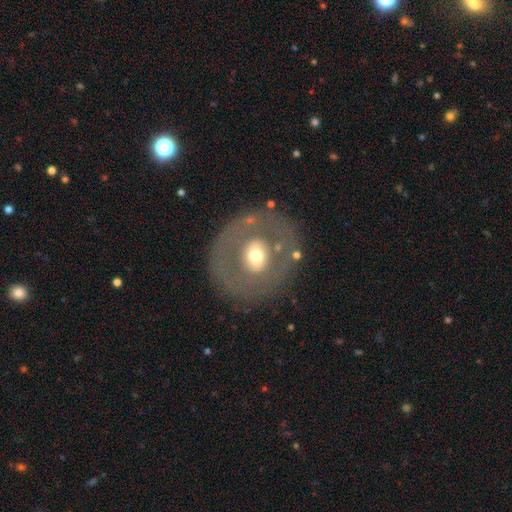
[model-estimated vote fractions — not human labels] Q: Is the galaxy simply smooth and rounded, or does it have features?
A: featured or disk — 51%.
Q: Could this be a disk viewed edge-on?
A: no — 93%.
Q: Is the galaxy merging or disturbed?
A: none — 77%.